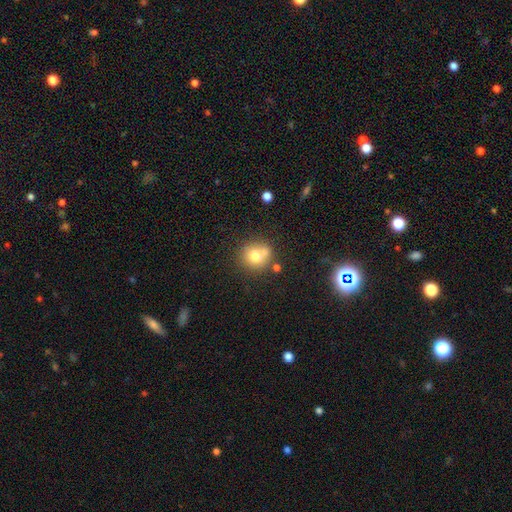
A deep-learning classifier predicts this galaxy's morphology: Smooth or featured: smooth — 73% (featured or disk — 16%)
How rounded: round — 86% (in between — 13%)
Merging: none — 58% (merger — 23%)